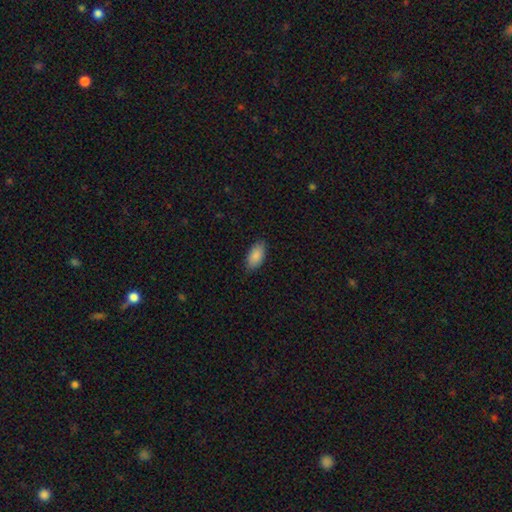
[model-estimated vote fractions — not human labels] Q: Smooth or featured?
A: smooth (88%); runner-up: star or artifact (6%)
Q: How rounded?
A: in between (93%); runner-up: cigar-shaped (4%)
Q: Merging?
A: none (84%); runner-up: minor disturbance (13%)